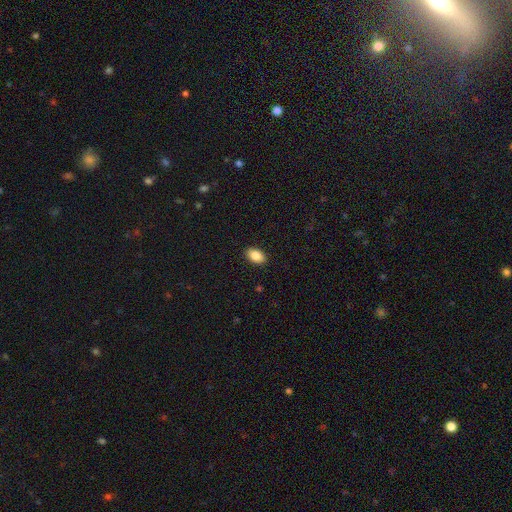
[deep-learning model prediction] Smooth or featured?
  - smooth: 87% *
  - star or artifact: 8%
  - featured or disk: 5%
How rounded?
  - in between: 90% *
  - round: 8%
  - cigar-shaped: 1%
Merging?
  - none: 90% *
  - minor disturbance: 7%
  - major disturbance: 2%
  - merger: 1%